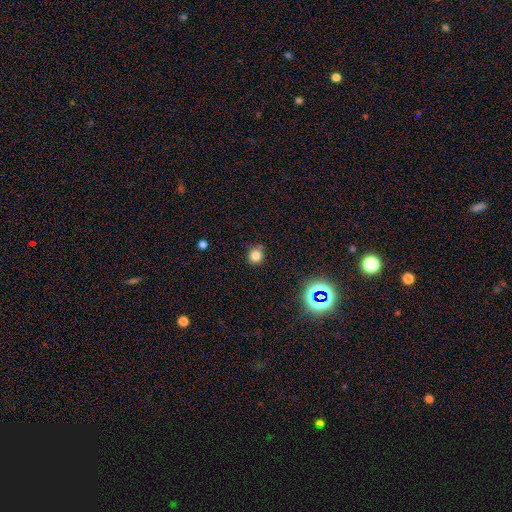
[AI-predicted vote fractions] This is likely a smooth galaxy (79%). How rounded: clearly round (86%). Merging: clearly none (81%).